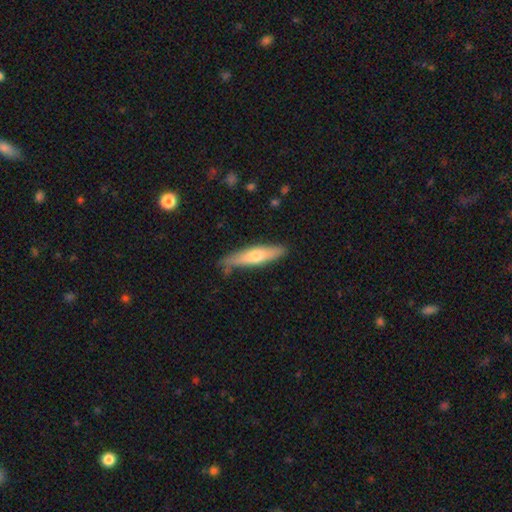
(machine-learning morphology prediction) Overall: smooth (56%; featured or disk 39%). How rounded: cigar-shaped (77%). Merging: none (76%).